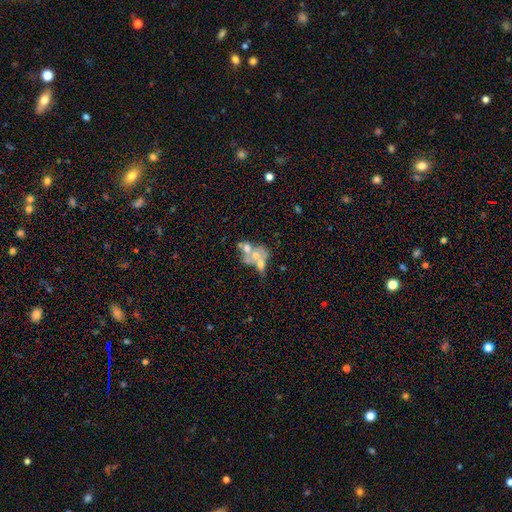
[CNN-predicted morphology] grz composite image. It shows a featured or disk galaxy (54%) with no bar (92%), no spiral arms (92%) and a moderate central bulge (41%). Merging: merger (52%).